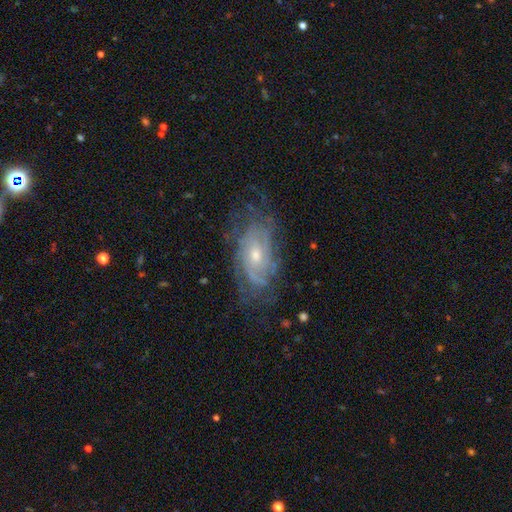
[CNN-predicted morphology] smooth_or_featured: featured or disk (p=0.80) [alt: smooth p=0.13]
disk_edge_on: no (p=0.94) [alt: yes p=0.06]
bar: no (p=0.68) [alt: weak p=0.27]
has_spiral_arms: yes (p=0.91) [alt: no p=0.09]
spiral_winding: tight (p=0.60) [alt: medium p=0.30]
spiral_arm_count: can't tell (p=0.47) [alt: 2 p=0.23]
bulge_size: moderate (p=0.51) [alt: small p=0.44]
merging: none (p=0.69) [alt: minor disturbance p=0.20]